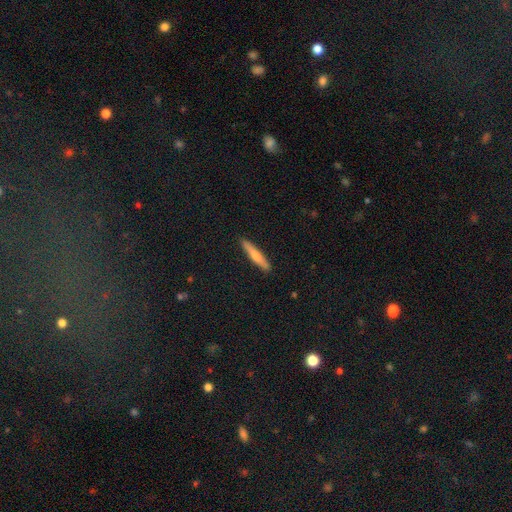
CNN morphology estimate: The model was most divided on "smooth or featured": smooth: 54%, featured or disk: 40%, star or artifact: 6%. More confident: how rounded — cigar-shaped (92%); merging — none (90%).